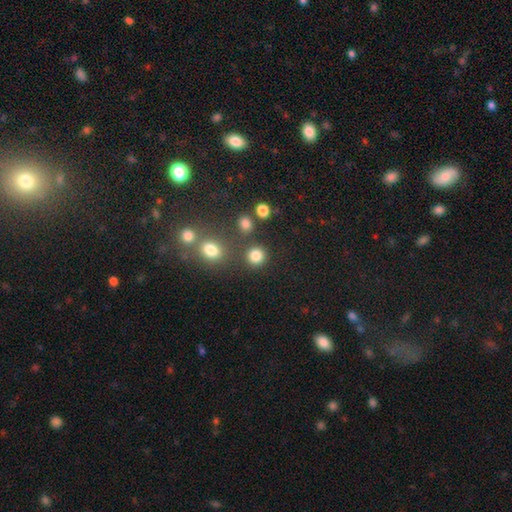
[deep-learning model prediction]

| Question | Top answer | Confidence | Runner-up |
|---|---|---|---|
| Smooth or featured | smooth | 82% | star or artifact (13%) |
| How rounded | round | 90% | in between (9%) |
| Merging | none | 80% | merger (9%) |